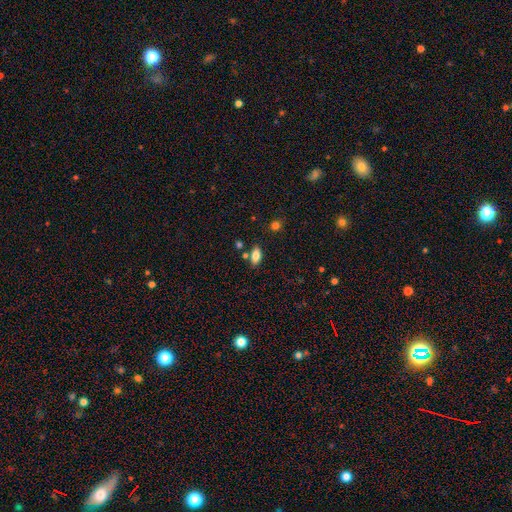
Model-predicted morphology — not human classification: smooth-or-featured: smooth: 81% | featured or disk: 10% | star or artifact: 9%
  how-rounded: in between: 90% | cigar-shaped: 6% | round: 4%
  merging: none: 75% | minor disturbance: 13% | merger: 9% | major disturbance: 3%